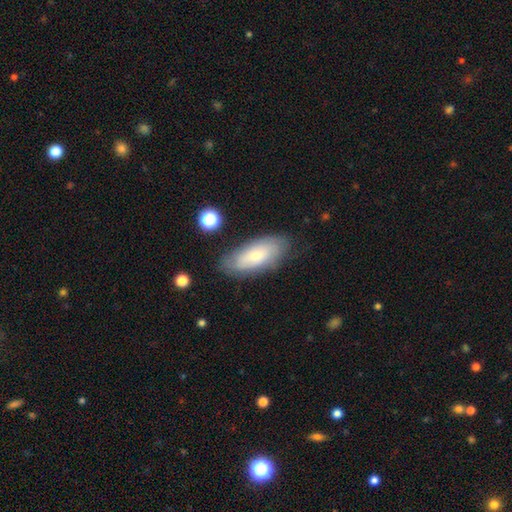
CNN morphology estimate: This is possibly a smooth galaxy (59%). How rounded: clearly in between (83%). Merging: likely none (76%).